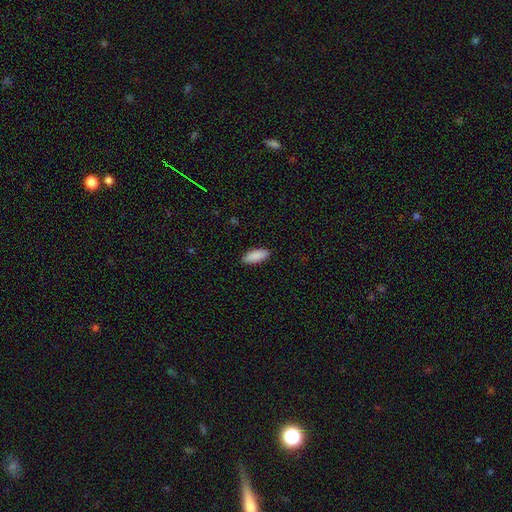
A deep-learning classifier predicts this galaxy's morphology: smooth-or-featured: smooth: 90% | star or artifact: 6% | featured or disk: 4%
  how-rounded: in between: 81% | cigar-shaped: 17% | round: 2%
  merging: none: 90% | minor disturbance: 8% | major disturbance: 2% | merger: 1%